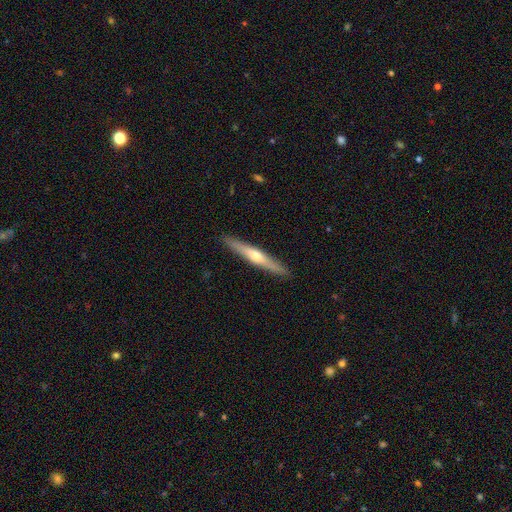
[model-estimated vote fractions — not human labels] This is likely a featured or disk galaxy (61%). It is clearly viewed edge-on (96%). Edge-on bulge: clearly rounded (83%). Merging: clearly none (91%).